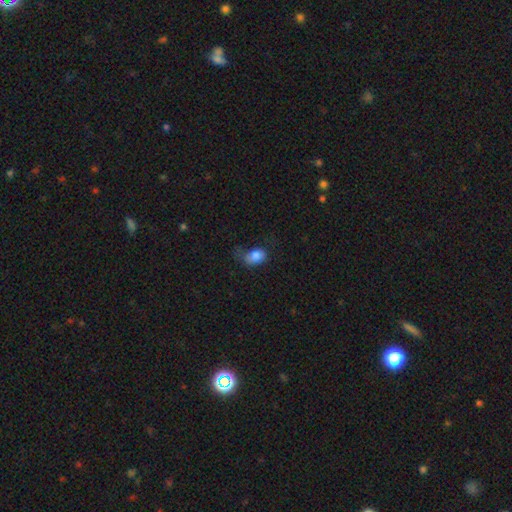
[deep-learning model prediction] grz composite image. It shows a smooth galaxy with no disk features (83%) that is in between round and cigar-shaped (81%). Merging: none (36%).